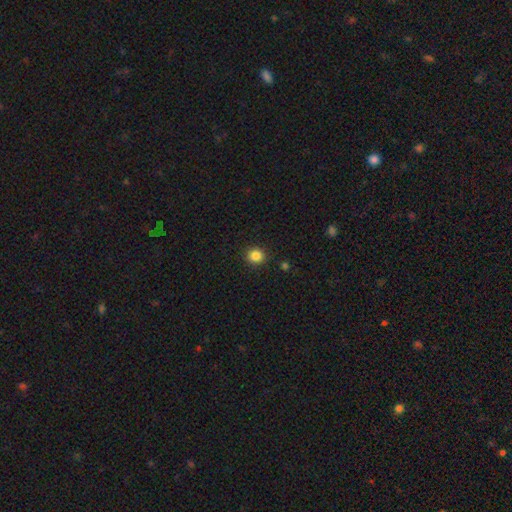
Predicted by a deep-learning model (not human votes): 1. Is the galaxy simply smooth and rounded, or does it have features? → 85% smooth, 11% star or artifact, 4% featured or disk.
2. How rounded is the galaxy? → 84% round, 15% in between, 1% cigar-shaped.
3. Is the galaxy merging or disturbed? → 90% none, 7% minor disturbance, 2% major disturbance, 1% merger.